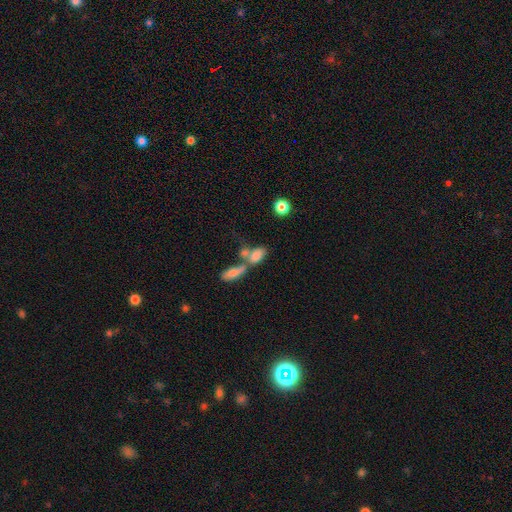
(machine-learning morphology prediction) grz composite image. It shows a smooth galaxy with no disk features (75%) that is in between round and cigar-shaped (86%). Merging: merger (55%).